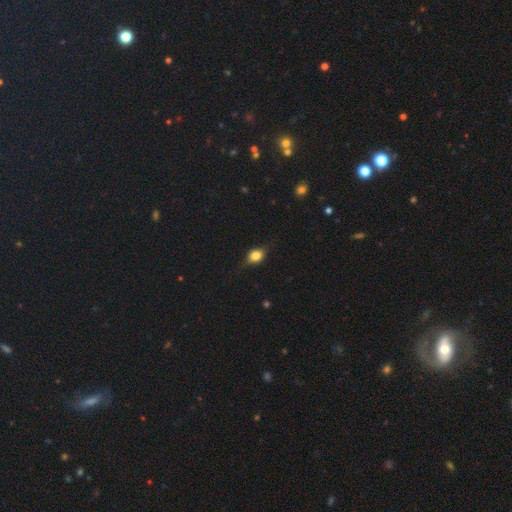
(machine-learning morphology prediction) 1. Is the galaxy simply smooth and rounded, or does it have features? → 72% smooth, 18% featured or disk, 10% star or artifact.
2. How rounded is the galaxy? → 61% in between, 36% round, 3% cigar-shaped.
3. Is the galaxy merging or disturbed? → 74% none, 20% minor disturbance, 5% major disturbance, 1% merger.